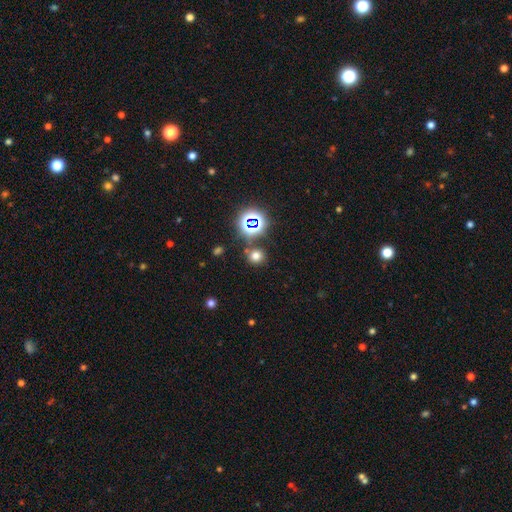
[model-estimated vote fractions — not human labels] This appears to be a smooth galaxy with no disk features (67%) that is round (87%). Merging: none (80%).